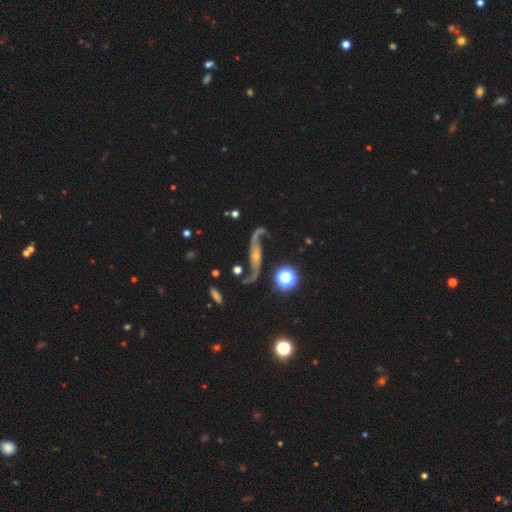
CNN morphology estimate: Smooth or featured?
  - featured or disk: 89% *
  - star or artifact: 7%
  - smooth: 5%
Edge-on disk?
  - no: 91% *
  - yes: 9%
Bar?
  - no: 55% *
  - weak: 29%
  - strong: 16%
Spiral arms?
  - yes: 97% *
  - no: 3%
Spiral winding?
  - loose: 80% *
  - medium: 15%
  - tight: 5%
Spiral arm count?
  - 2: 93% *
  - 1: 2%
  - can't tell: 1%
  - 3: 1%
  - 4: 1%
  - more than 4: 1%
Bulge size?
  - small: 59% *
  - moderate: 31%
  - none: 5%
  - large: 3%
  - dominant: 2%
Merging?
  - none: 71% *
  - minor disturbance: 15%
  - major disturbance: 9%
  - merger: 5%